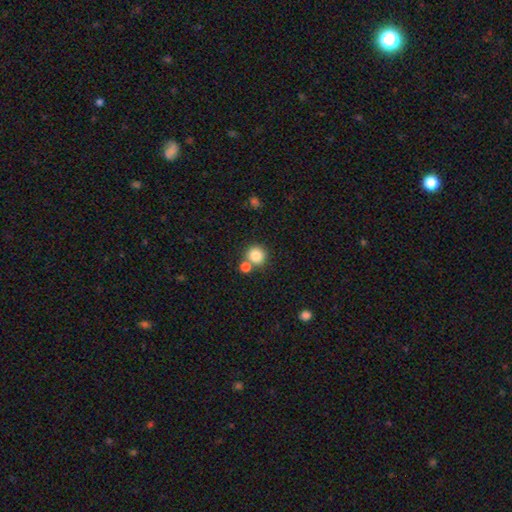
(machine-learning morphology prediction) Q: Smooth or featured?
A: smooth (83%); runner-up: star or artifact (10%)
Q: How rounded?
A: round (92%); runner-up: in between (7%)
Q: Merging?
A: none (67%); runner-up: merger (23%)